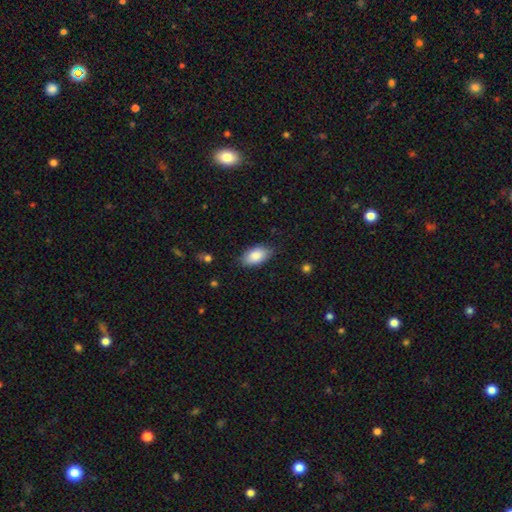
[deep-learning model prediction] This is clearly a smooth galaxy (86%). How rounded: clearly in between (94%). Merging: clearly none (81%).